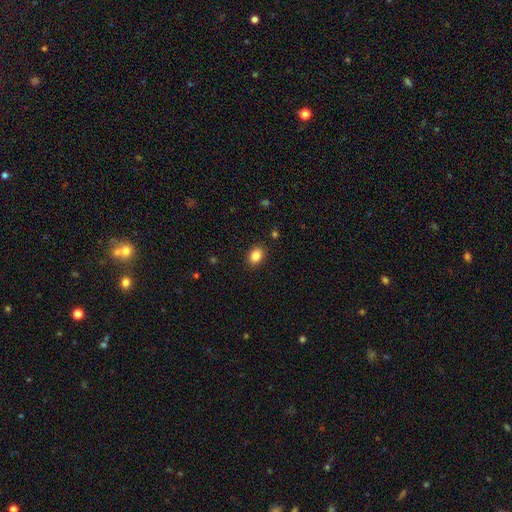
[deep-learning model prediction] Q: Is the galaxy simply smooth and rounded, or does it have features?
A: smooth — 86%.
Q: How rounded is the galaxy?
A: in between — 72%.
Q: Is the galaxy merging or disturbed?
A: none — 89%.